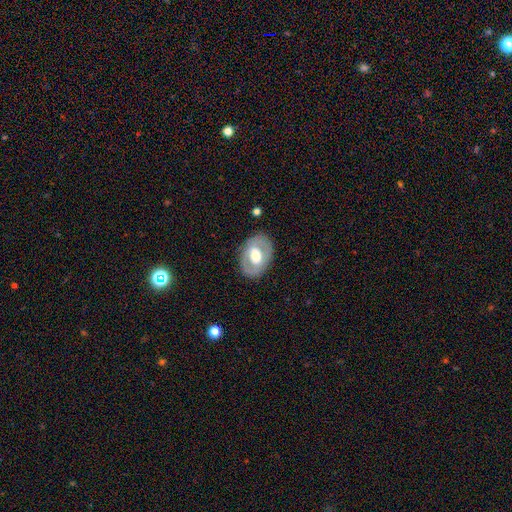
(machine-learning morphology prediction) Smooth or featured?
  - featured or disk: 54% *
  - smooth: 40%
  - star or artifact: 6%
Edge-on disk?
  - no: 92% *
  - yes: 8%
Merging?
  - none: 82% *
  - minor disturbance: 12%
  - major disturbance: 5%
  - merger: 1%